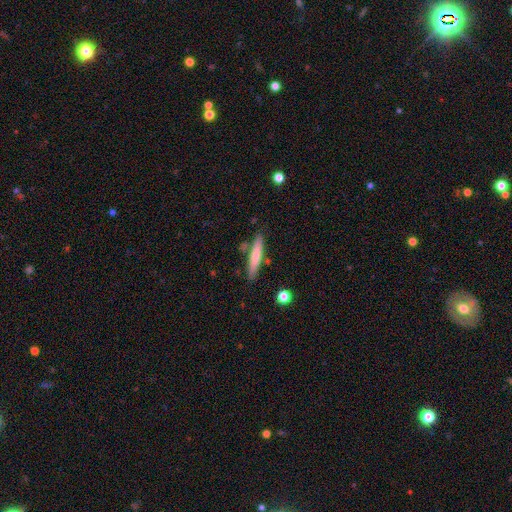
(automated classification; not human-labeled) Smooth or featured? Predicted: smooth (p=0.64). How rounded? Predicted: cigar-shaped (p=0.91). Merging? Predicted: none (p=0.80).